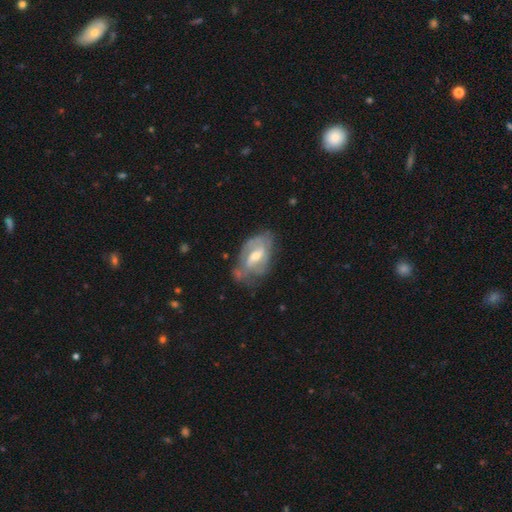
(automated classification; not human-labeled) Smooth or featured? featured or disk (73%)
Edge-on disk? no (94%)
Bar? weak (52%)
Spiral arms? yes (81%)
Spiral winding? medium (42%)
Spiral arm count? 2 (54%)
Bulge size? moderate (58%)
Merging? none (53%)